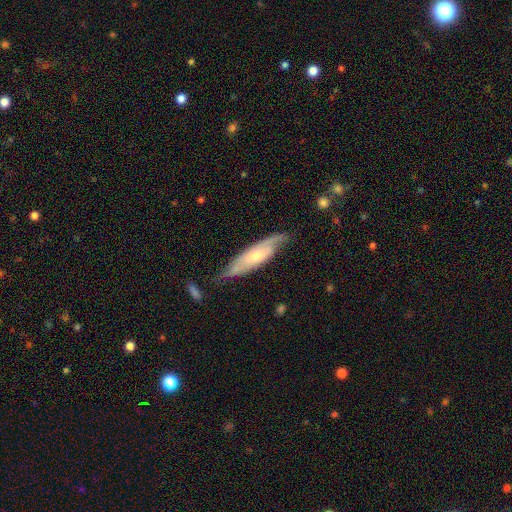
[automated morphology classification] smooth_or_featured: featured or disk (p=0.65) [alt: smooth p=0.30]
disk_edge_on: no (p=0.66) [alt: yes p=0.34]
merging: none (p=0.65) [alt: minor disturbance p=0.25]